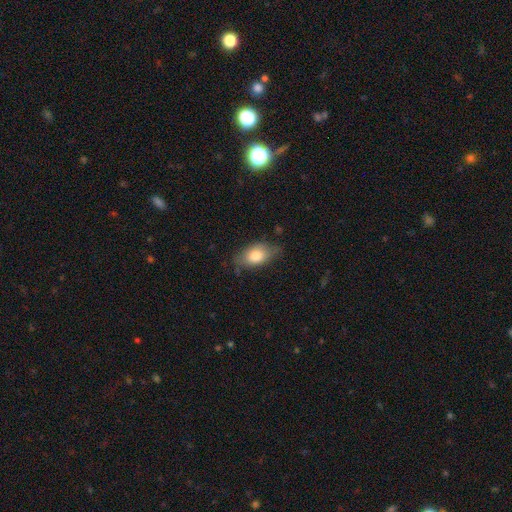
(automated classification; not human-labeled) Smooth or featured?
  - smooth: 76% *
  - featured or disk: 17%
  - star or artifact: 7%
How rounded?
  - in between: 87% *
  - round: 9%
  - cigar-shaped: 4%
Merging?
  - none: 67% *
  - minor disturbance: 26%
  - major disturbance: 6%
  - merger: 1%